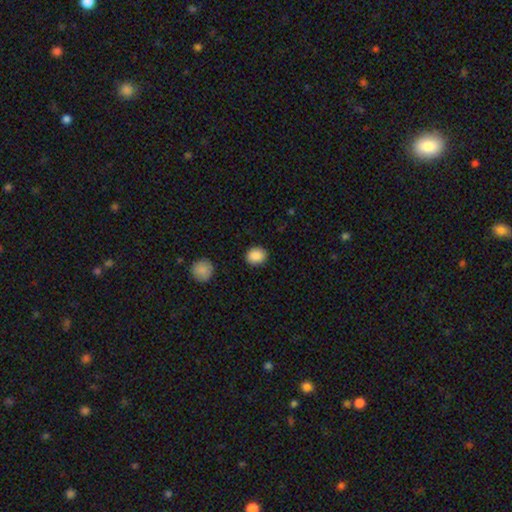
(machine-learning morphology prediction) The model was most divided on "how rounded": round: 67%, in between: 33%, cigar-shaped: 1%. More confident: smooth or featured — smooth (89%); merging — none (88%).